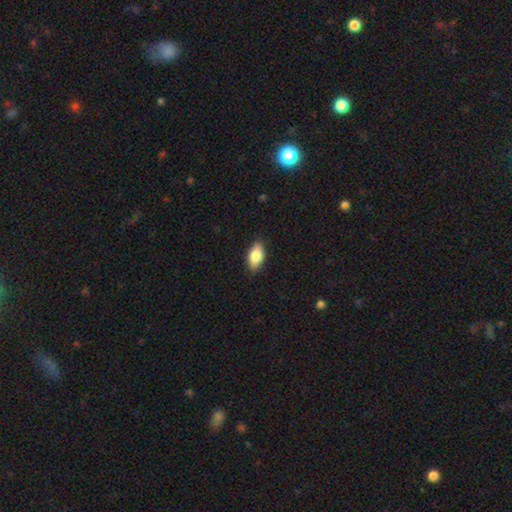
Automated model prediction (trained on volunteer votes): Overall: smooth (82%). How rounded: in between (90%). Merging: none (87%).